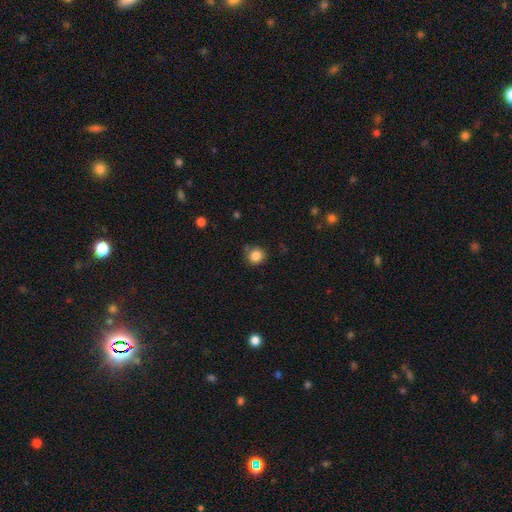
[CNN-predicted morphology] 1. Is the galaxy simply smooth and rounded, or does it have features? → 84% smooth, 11% star or artifact, 5% featured or disk.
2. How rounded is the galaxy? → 90% round, 9% in between, 1% cigar-shaped.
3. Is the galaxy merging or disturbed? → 77% none, 16% minor disturbance, 4% merger, 4% major disturbance.